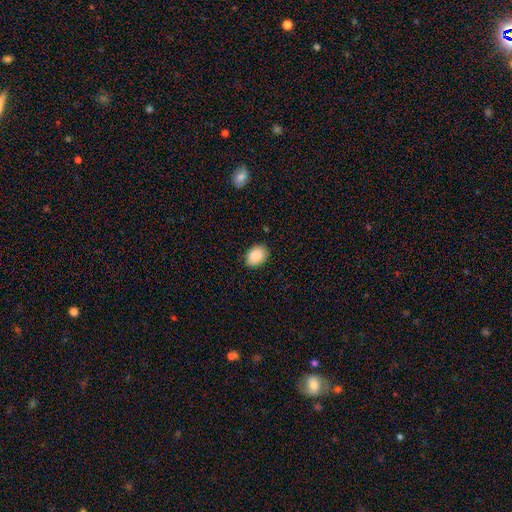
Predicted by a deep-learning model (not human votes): Smooth or featured: smooth — 88% (star or artifact — 8%)
How rounded: in between — 75% (round — 24%)
Merging: none — 86% (minor disturbance — 11%)